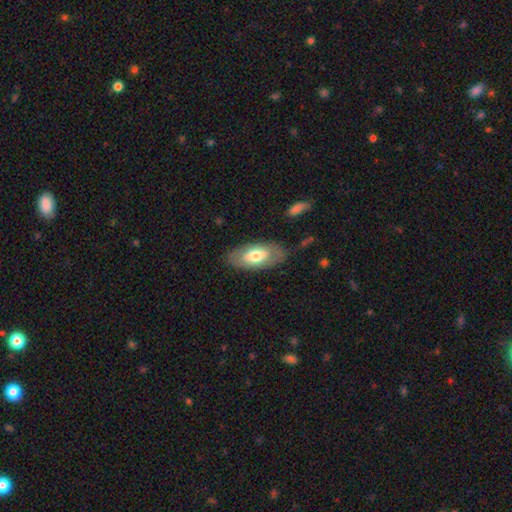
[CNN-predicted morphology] smooth 60%, featured or disk 35%, star or artifact 6%. Down the decision tree: how rounded — in between (90%); merging — none (79%).